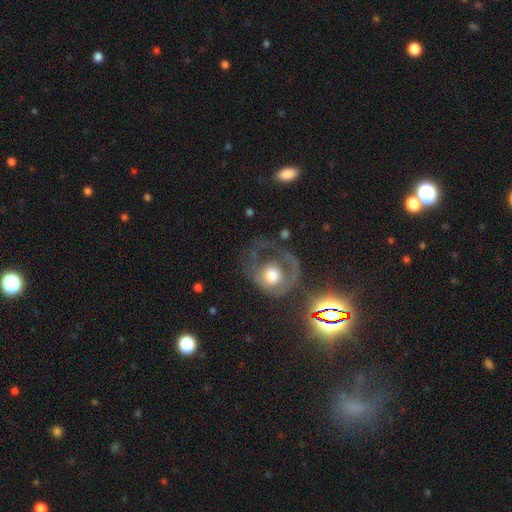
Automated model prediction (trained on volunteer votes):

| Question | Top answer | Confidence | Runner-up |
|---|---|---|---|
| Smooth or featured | featured or disk | 60% | smooth (22%) |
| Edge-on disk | no | 96% | yes (4%) |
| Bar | no | 76% | weak (17%) |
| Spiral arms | yes | 58% | no (42%) |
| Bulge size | moderate | 55% | large (26%) |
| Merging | none | 46% | major disturbance (32%) |